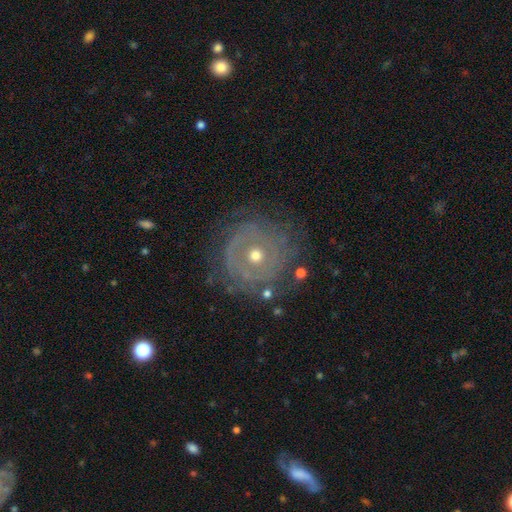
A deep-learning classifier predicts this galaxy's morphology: smooth_or_featured: featured or disk (p=0.70) [alt: smooth p=0.21]
disk_edge_on: no (p=0.96) [alt: yes p=0.04]
bar: no (p=0.88) [alt: weak p=0.09]
has_spiral_arms: yes (p=0.61) [alt: no p=0.39]
bulge_size: moderate (p=0.60) [alt: small p=0.36]
merging: none (p=0.72) [alt: minor disturbance p=0.17]